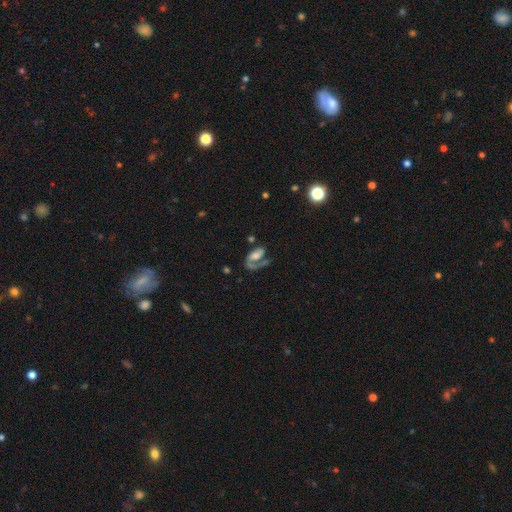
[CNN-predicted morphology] A featured or disk galaxy (66%) with no bar (59%), 1 (78%) loose (36%) spiral arms (82%) and a moderate central bulge (31%). Merging: major disturbance (39%).